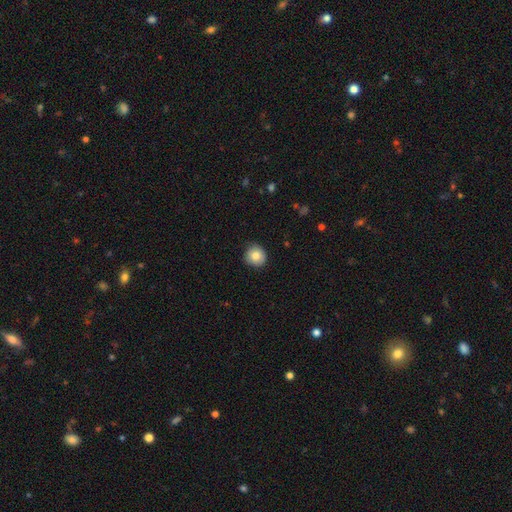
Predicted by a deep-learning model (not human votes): A smooth galaxy with no disk features (82%) that is round (92%). Merging: none (87%).